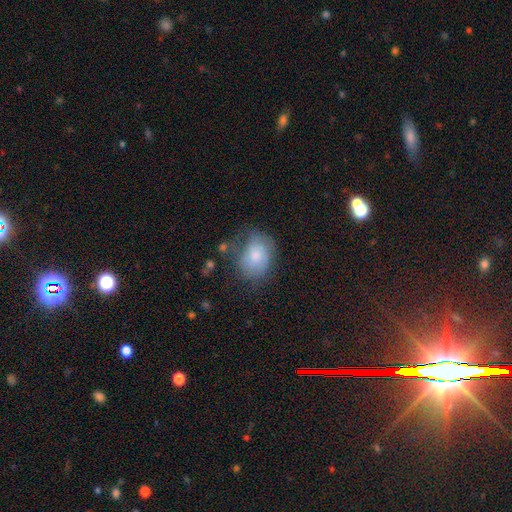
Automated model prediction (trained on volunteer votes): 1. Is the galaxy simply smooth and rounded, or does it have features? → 73% smooth, 20% featured or disk, 8% star or artifact.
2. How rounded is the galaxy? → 66% in between, 33% round, 1% cigar-shaped.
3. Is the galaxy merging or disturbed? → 48% none, 31% minor disturbance, 17% major disturbance, 4% merger.